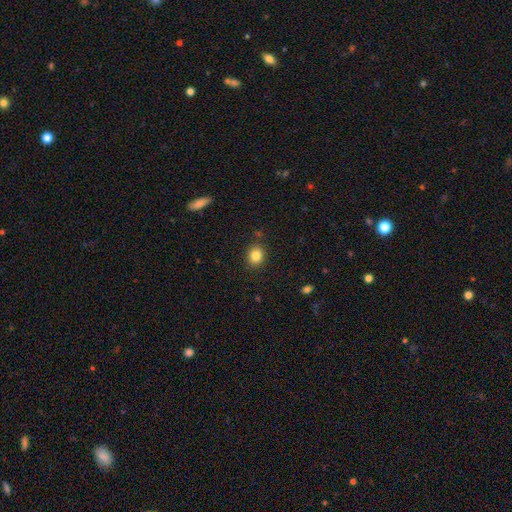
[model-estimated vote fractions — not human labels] Smooth or featured?
  - smooth: 84% *
  - star or artifact: 11%
  - featured or disk: 6%
How rounded?
  - round: 67% *
  - in between: 32%
  - cigar-shaped: 1%
Merging?
  - none: 88% *
  - minor disturbance: 8%
  - major disturbance: 2%
  - merger: 2%